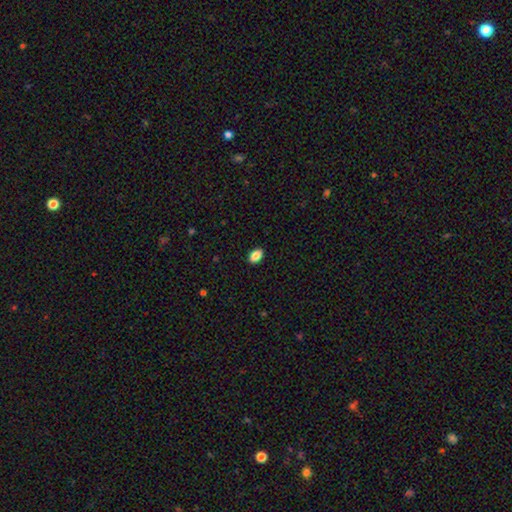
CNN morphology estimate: smooth_or_featured: smooth (p=0.88) [alt: star or artifact p=0.08]
how_rounded: in between (p=0.88) [alt: round p=0.11]
merging: none (p=0.90) [alt: minor disturbance p=0.07]